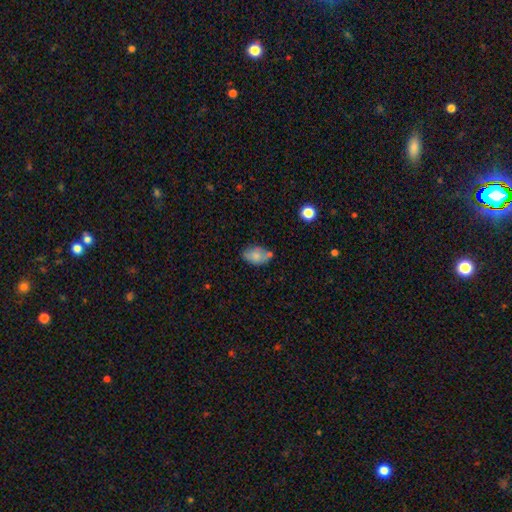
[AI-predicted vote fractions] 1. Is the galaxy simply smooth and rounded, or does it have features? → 74% smooth, 18% featured or disk, 8% star or artifact.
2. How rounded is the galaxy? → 88% in between, 11% round, 2% cigar-shaped.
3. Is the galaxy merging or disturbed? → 54% none, 26% minor disturbance, 13% merger, 7% major disturbance.